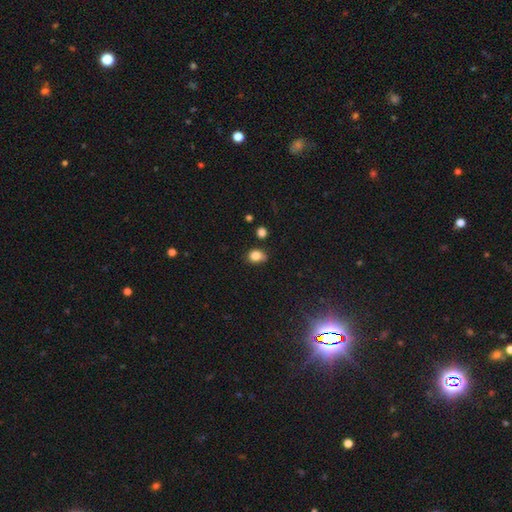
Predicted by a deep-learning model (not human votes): smooth_or_featured: smooth (p=0.82) [alt: star or artifact p=0.11]
how_rounded: round (p=0.50) [alt: in between p=0.49]
merging: none (p=0.62) [alt: minor disturbance p=0.27]